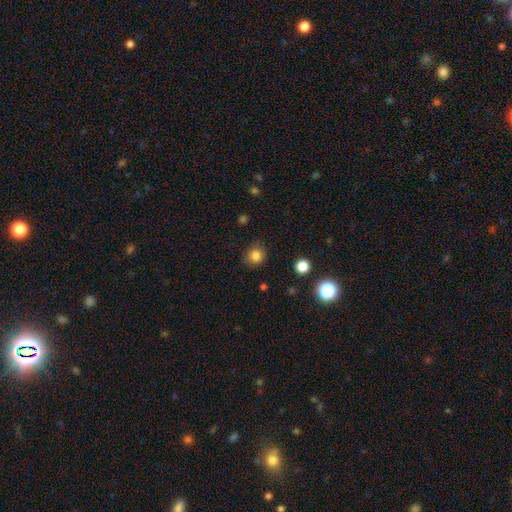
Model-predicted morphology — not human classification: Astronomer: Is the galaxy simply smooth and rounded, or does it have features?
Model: smooth — 83%.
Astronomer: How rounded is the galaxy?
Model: round — 84%.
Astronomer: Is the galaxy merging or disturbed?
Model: none — 83%.